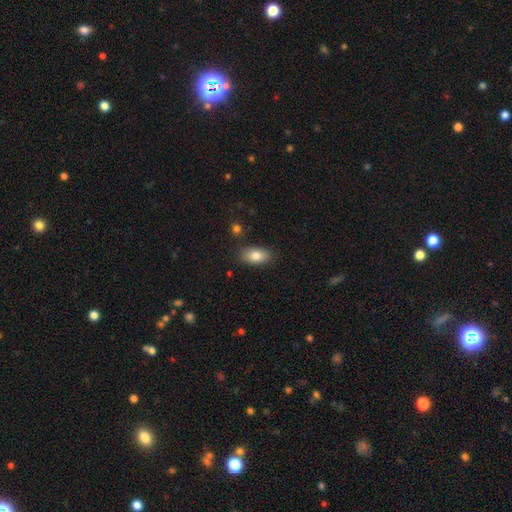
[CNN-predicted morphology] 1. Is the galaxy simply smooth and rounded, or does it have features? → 82% smooth, 11% featured or disk, 7% star or artifact.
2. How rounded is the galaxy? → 91% in between, 5% round, 4% cigar-shaped.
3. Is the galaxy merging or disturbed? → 84% none, 12% minor disturbance, 3% major disturbance, 2% merger.